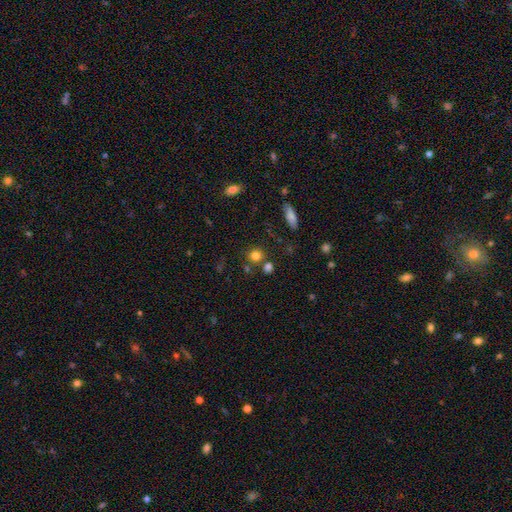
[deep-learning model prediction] smooth 80%, star or artifact 14%, featured or disk 7%. Down the decision tree: how rounded — round (87%); merging — none (75%).